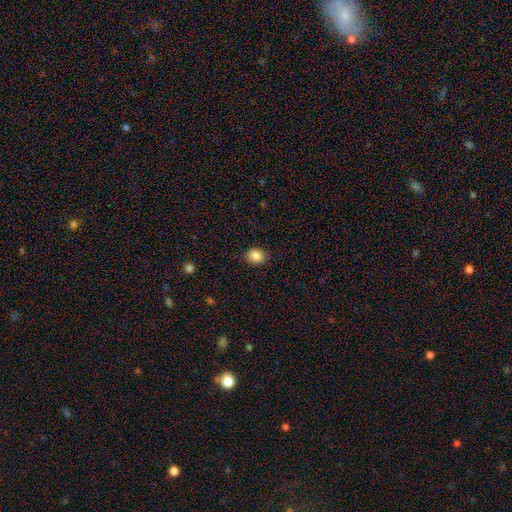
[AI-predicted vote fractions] This is clearly a smooth galaxy (87%). How rounded: possibly round (57%). Merging: clearly none (88%).